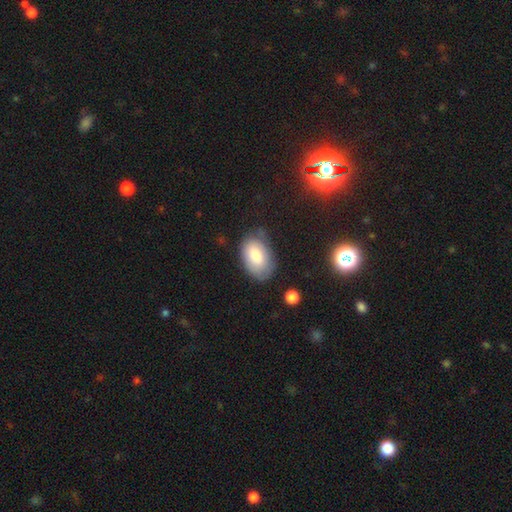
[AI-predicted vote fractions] Smooth or featured: smooth — 80% (featured or disk — 13%)
How rounded: in between — 92% (round — 7%)
Merging: none — 65% (minor disturbance — 25%)